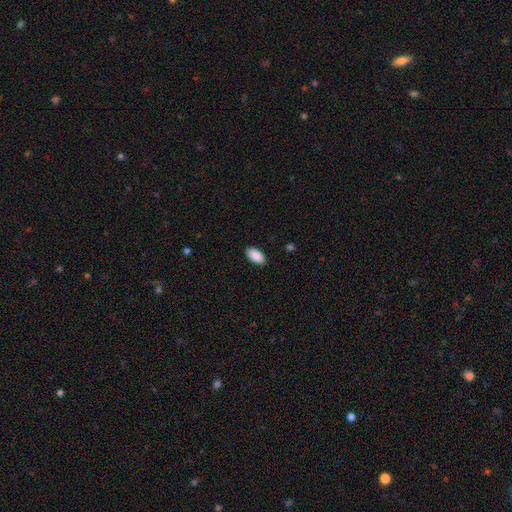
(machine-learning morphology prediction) type=smooth (90%); roundness=in between (95%); merging=none (88%).